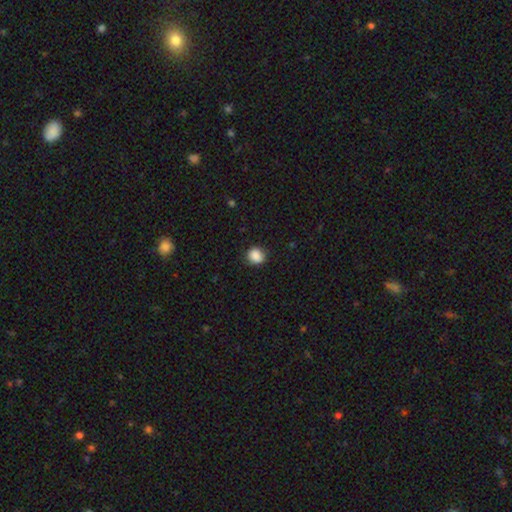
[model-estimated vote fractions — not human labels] smooth_or_featured: smooth (p=0.88) [alt: star or artifact p=0.09]
how_rounded: round (p=0.74) [alt: in between p=0.25]
merging: none (p=0.85) [alt: minor disturbance p=0.11]